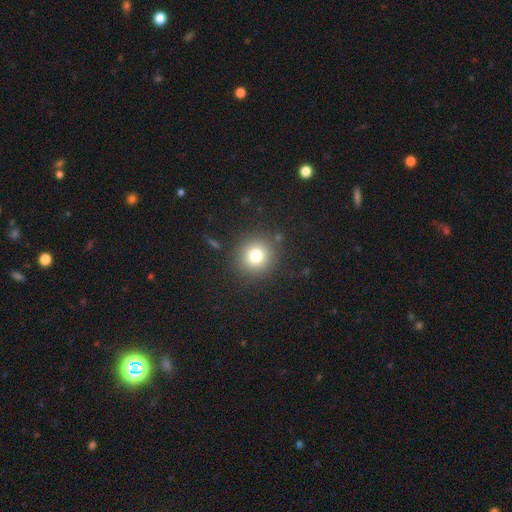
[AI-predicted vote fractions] Overall: smooth (78%). How rounded: round (92%). Merging: none (88%).